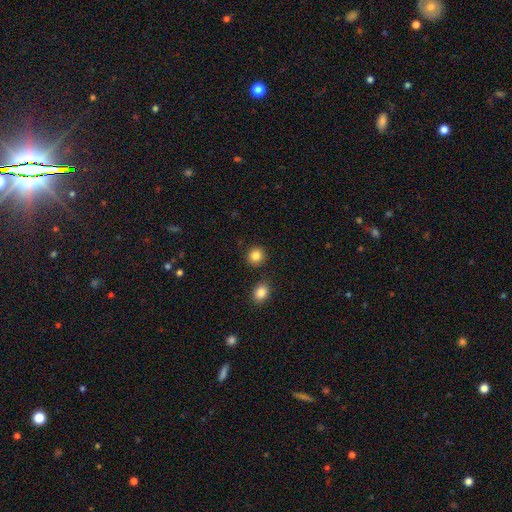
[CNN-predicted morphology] smooth_or_featured: smooth (p=0.86) [alt: star or artifact p=0.10]
how_rounded: round (p=0.90) [alt: in between p=0.09]
merging: none (p=0.87) [alt: minor disturbance p=0.07]